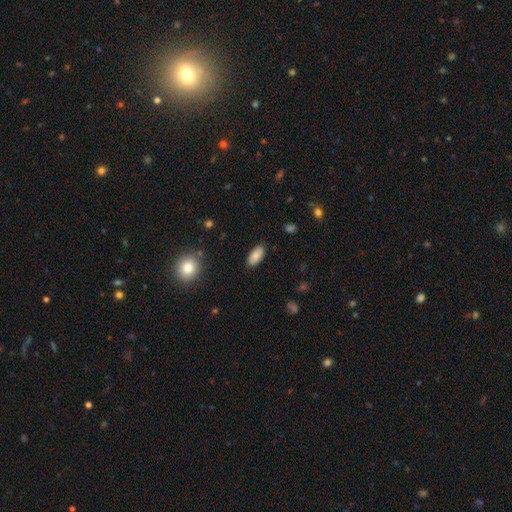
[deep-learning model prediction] A smooth galaxy with no disk features (85%) that is in between round and cigar-shaped (91%).

Vote fractions:
- Smooth or featured? smooth: 85% / featured or disk: 7% / star or artifact: 7%
- How rounded? in between: 91% / cigar-shaped: 7% / round: 2%
- Merging? none: 87% / minor disturbance: 10% / major disturbance: 2% / merger: 1%